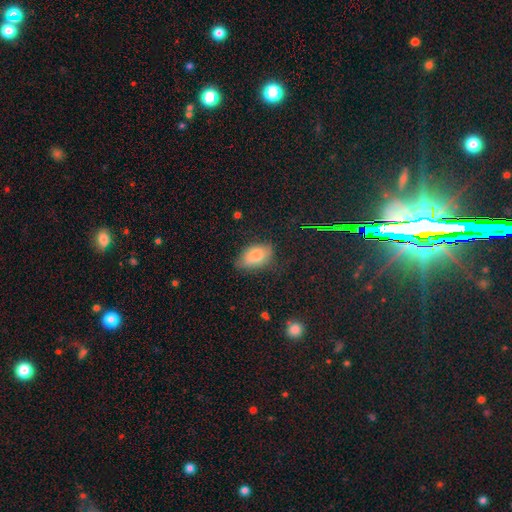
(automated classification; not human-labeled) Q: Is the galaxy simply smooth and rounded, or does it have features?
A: smooth — 82%.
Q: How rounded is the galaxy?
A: in between — 91%.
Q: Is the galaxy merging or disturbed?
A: none — 64%.